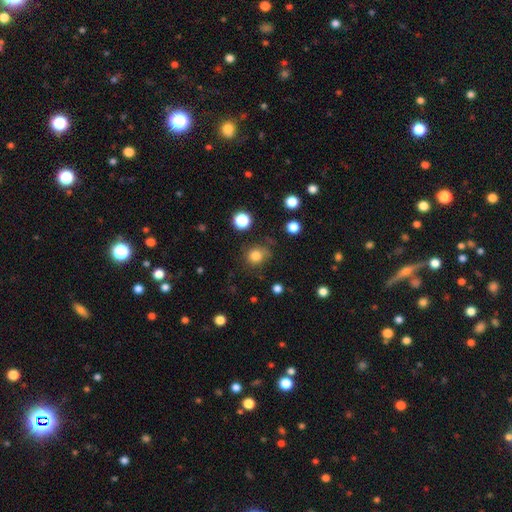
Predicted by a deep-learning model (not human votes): Morphology: type=smooth (80%); roundness=round (85%); merging=none (72%).